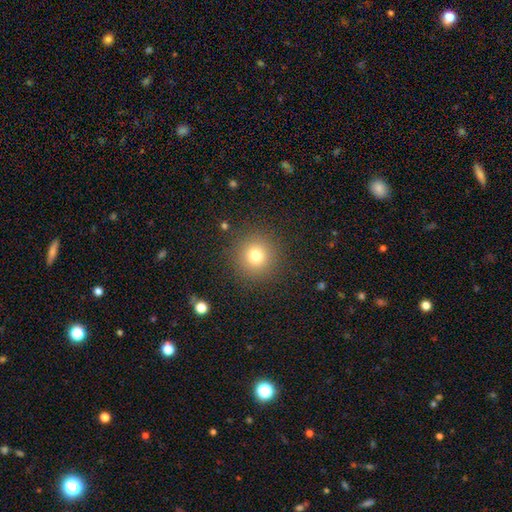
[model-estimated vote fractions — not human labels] A smooth galaxy with no disk features (76%) that is round (95%). Merging: none (89%).